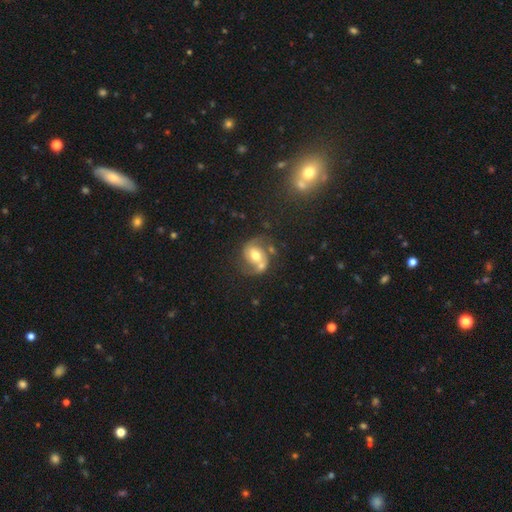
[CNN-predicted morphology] Smooth or featured? featured or disk (65%)
Edge-on disk? no (97%)
Bar? no (50%)
Spiral arms? yes (82%)
Spiral winding? medium (49%)
Spiral arm count? 2 (84%)
Bulge size? moderate (68%)
Merging? none (48%)